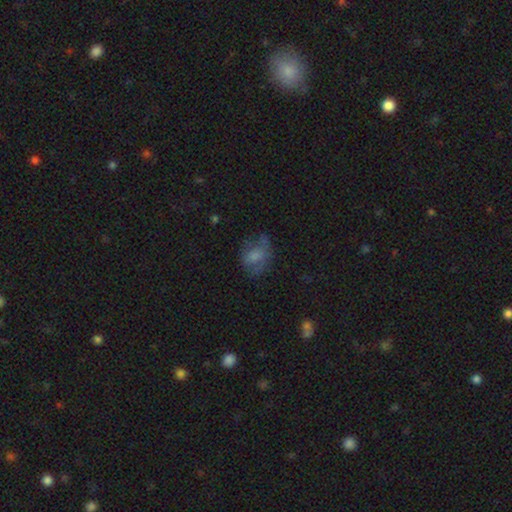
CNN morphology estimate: A smooth galaxy with no disk features (58%) that is in between round and cigar-shaped (64%).

Vote fractions:
- Smooth or featured? smooth: 58% / featured or disk: 29% / star or artifact: 13%
- How rounded? in between: 64% / round: 34% / cigar-shaped: 2%
- Merging? none: 45% / minor disturbance: 27% / major disturbance: 25% / merger: 3%